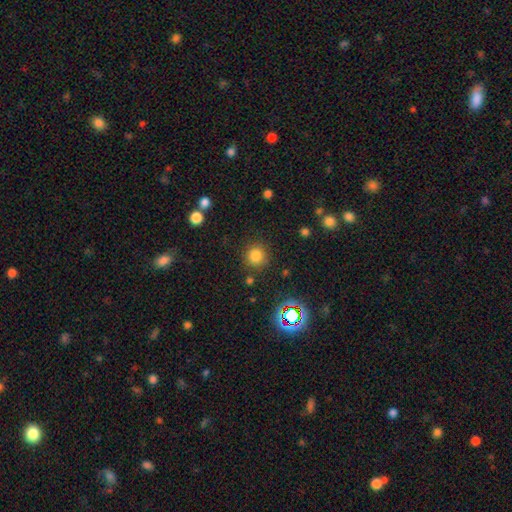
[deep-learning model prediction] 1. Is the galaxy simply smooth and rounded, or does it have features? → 80% smooth, 15% star or artifact, 5% featured or disk.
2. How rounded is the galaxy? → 92% round, 7% in between, 1% cigar-shaped.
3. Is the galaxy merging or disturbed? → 86% none, 8% minor disturbance, 3% major disturbance, 3% merger.